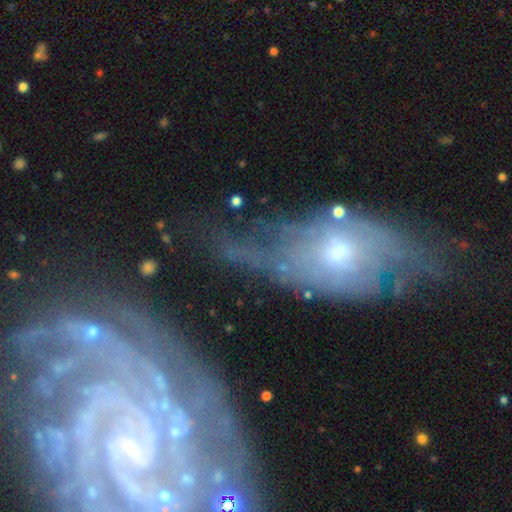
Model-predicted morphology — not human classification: This is likely a featured or disk galaxy (76%). It is clearly not viewed edge-on (90%). Bar: likely no (71%). Spiral arm pattern: clearly yes (84%). Spiral arm count: marginally can't tell (40%). Spiral winding: possibly tight (56%). Central bulge: possibly small (51%). Merging: possibly none (54%).